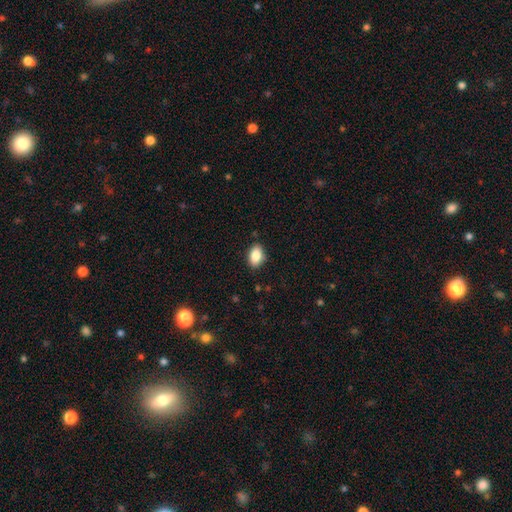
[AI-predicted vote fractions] Smooth or featured?
  - smooth: 87% *
  - star or artifact: 8%
  - featured or disk: 5%
How rounded?
  - in between: 88% *
  - round: 10%
  - cigar-shaped: 2%
Merging?
  - none: 87% *
  - minor disturbance: 10%
  - major disturbance: 2%
  - merger: 1%